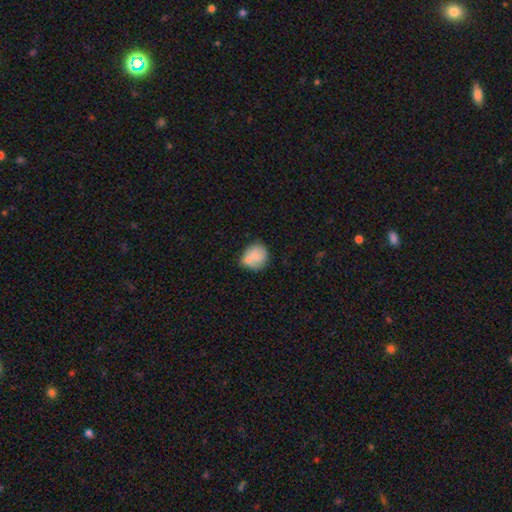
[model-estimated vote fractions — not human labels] Morphology: type=smooth (74%); roundness=round (70%); merging=none (45%).